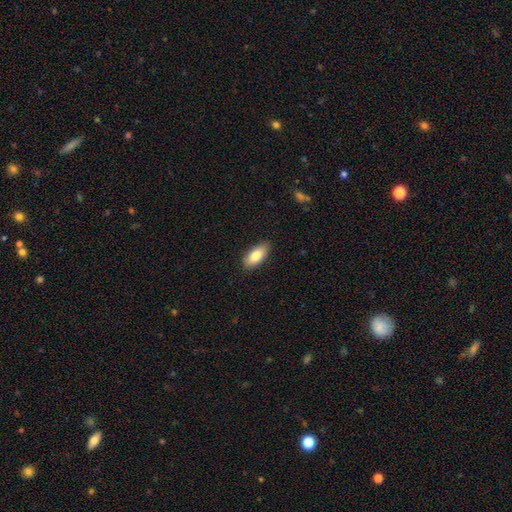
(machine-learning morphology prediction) smooth_or_featured: smooth (p=0.80) [alt: featured or disk p=0.14]
how_rounded: in between (p=0.87) [alt: cigar-shaped p=0.11]
merging: none (p=0.86) [alt: minor disturbance p=0.11]